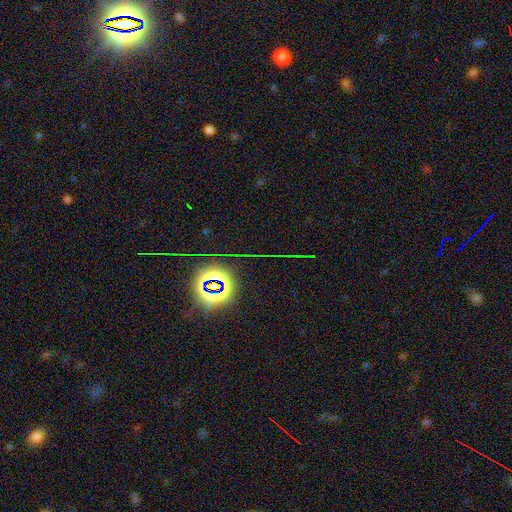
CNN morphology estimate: A star or artifact, not a galaxy (81%).

Vote fractions:
- Smooth or featured? star or artifact: 81% / smooth: 11% / featured or disk: 8%